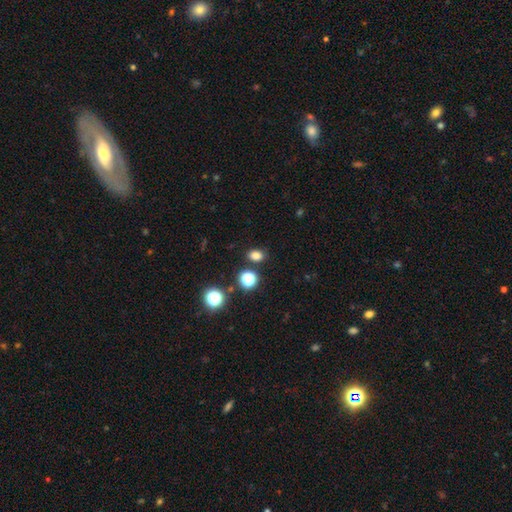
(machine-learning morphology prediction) Smooth or featured? Predicted: smooth (p=0.78). How rounded? Predicted: in between (p=0.60). Merging? Predicted: none (p=0.83).